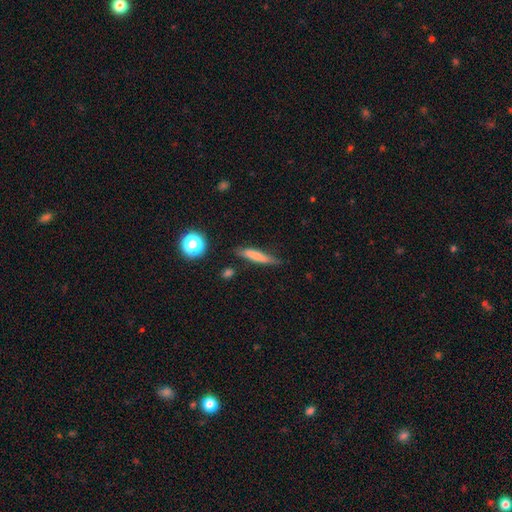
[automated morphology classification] smooth-or-featured: smooth: 71% | featured or disk: 21% | star or artifact: 8%
  how-rounded: cigar-shaped: 86% | in between: 11% | round: 3%
  merging: none: 75% | minor disturbance: 18% | major disturbance: 4% | merger: 3%